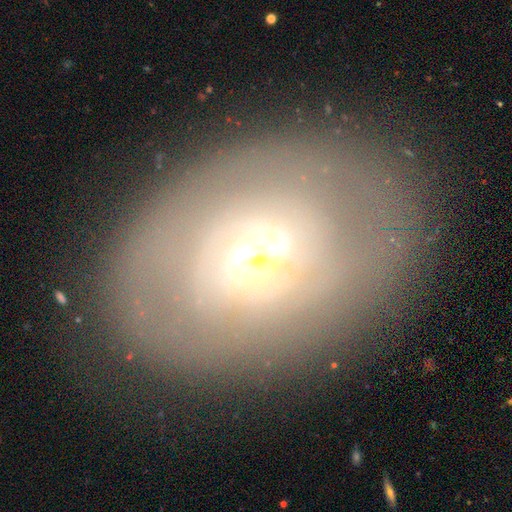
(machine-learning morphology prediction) Overall: featured or disk (72%). Edge-on disk: no (95%). Bar: weak (51%; no 29%). Spiral arms: yes (73%). Bulge size: moderate (50%; small 39%). Merging: none (79%).